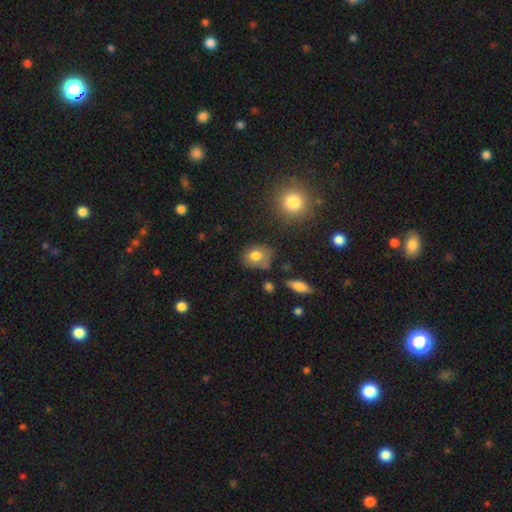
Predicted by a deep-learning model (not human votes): Morphology: type=smooth (75%); roundness=in between (51%); merging=none (57%).